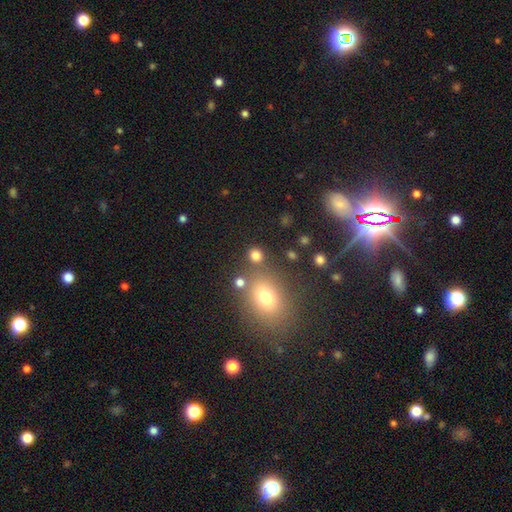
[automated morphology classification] The model was most divided on "how rounded": round: 81%, in between: 18%, cigar-shaped: 1%. More confident: smooth or featured — smooth (79%); merging — none (75%).